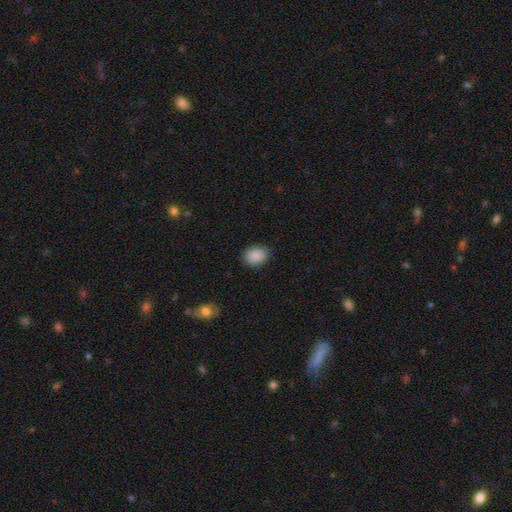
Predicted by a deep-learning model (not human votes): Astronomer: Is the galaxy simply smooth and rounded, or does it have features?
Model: smooth — 89%.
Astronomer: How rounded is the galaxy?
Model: in between — 56% (runner-up: round, 43%).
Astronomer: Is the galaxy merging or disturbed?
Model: none — 86%.